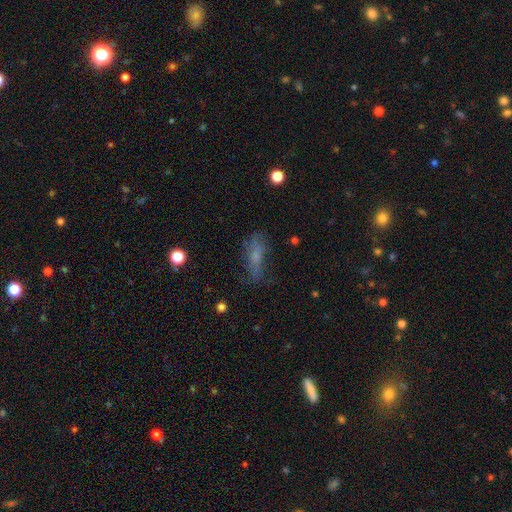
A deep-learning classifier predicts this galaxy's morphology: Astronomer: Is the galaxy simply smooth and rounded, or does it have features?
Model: smooth — 55%.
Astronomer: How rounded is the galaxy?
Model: in between — 61%.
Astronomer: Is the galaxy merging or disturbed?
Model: none — 55%.